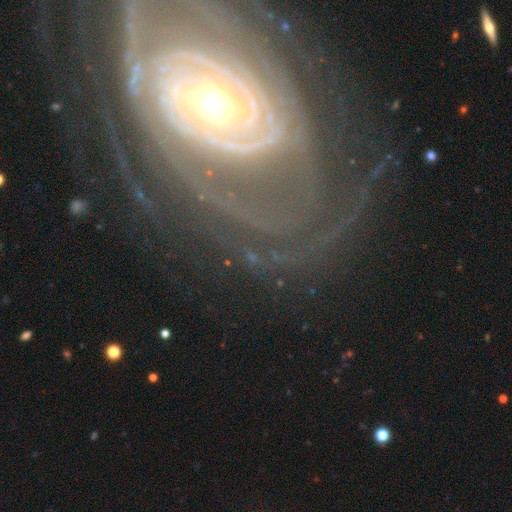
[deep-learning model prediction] A featured or disk galaxy (88%) with no bar (59%), tight (81%) spiral arms (92%) and a moderate central bulge (59%). Merging: none (70%).